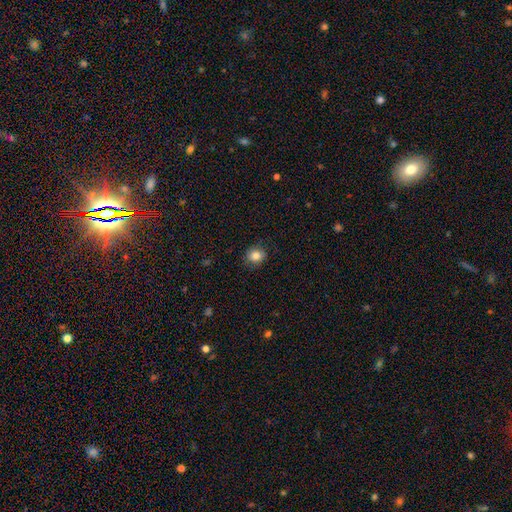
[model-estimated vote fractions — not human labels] Smooth or featured? Predicted: smooth (p=0.83). How rounded? Predicted: round (p=0.77). Merging? Predicted: none (p=0.85).